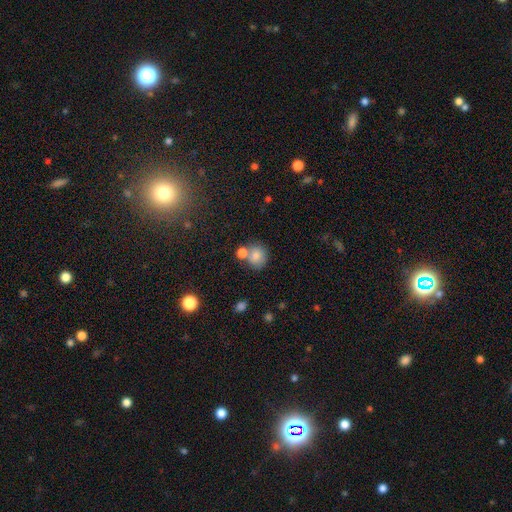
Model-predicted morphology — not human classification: smooth_or_featured: smooth (p=0.80) [alt: star or artifact p=0.11]
how_rounded: round (p=0.78) [alt: in between p=0.21]
merging: none (p=0.54) [alt: merger p=0.29]